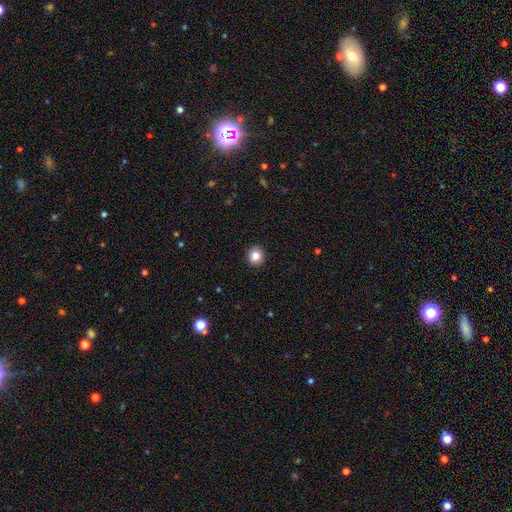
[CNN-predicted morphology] smooth-or-featured: smooth: 84% | star or artifact: 10% | featured or disk: 7%
  how-rounded: round: 85% | in between: 14% | cigar-shaped: 1%
  merging: none: 92% | minor disturbance: 5% | major disturbance: 2% | merger: 1%